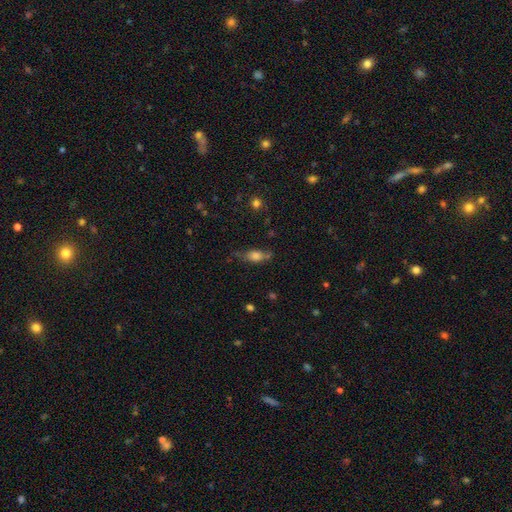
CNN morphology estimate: Smooth or featured? Predicted: smooth (p=0.70). How rounded? Predicted: in between (p=0.75). Merging? Predicted: none (p=0.56).